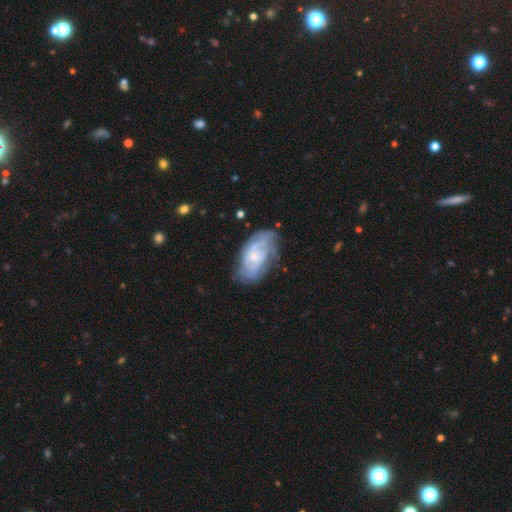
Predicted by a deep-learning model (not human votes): A featured or disk galaxy (77%) with no bar (68%), tight (57%) spiral arms (89%) and a small central bulge (68%).

Vote fractions:
- Smooth or featured? featured or disk: 77% / smooth: 17% / star or artifact: 6%
- Edge-on disk? no: 96% / yes: 4%
- Bar? no: 68% / weak: 28% / strong: 5%
- Spiral arms? yes: 89% / no: 11%
- Spiral winding? tight: 57% / medium: 32% / loose: 11%
- Spiral arm count? can't tell: 44% / 2: 27% / 3: 13% / 4: 7% / 1: 4% / more than 4: 4%
- Bulge size? small: 68% / moderate: 26% / none: 3% / large: 2% / dominant: 1%
- Merging? none: 66% / minor disturbance: 23% / major disturbance: 9% / merger: 2%